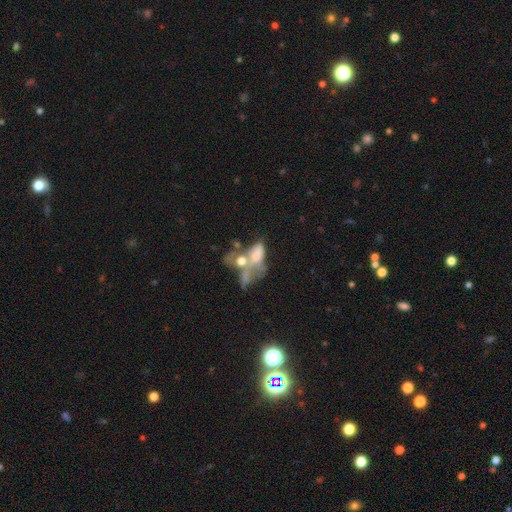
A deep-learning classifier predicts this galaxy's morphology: Smooth or featured? Predicted: featured or disk (p=0.45). Merging? Predicted: merger (p=0.54).